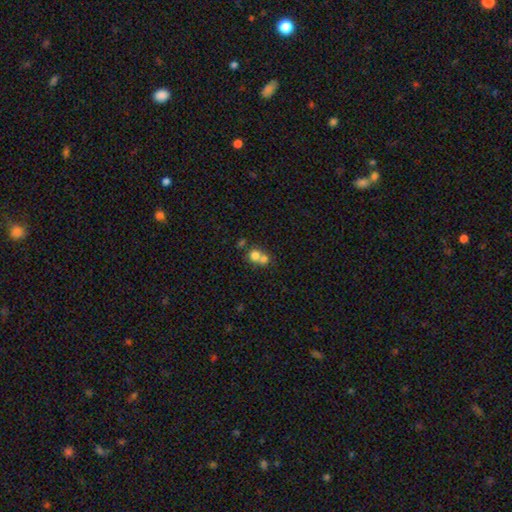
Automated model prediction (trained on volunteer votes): smooth 72%, featured or disk 16%, star or artifact 11%. Down the decision tree: how rounded — round (80%); merging — merger (63%).